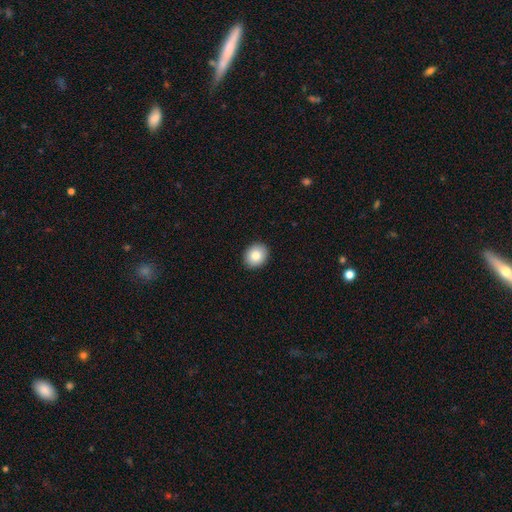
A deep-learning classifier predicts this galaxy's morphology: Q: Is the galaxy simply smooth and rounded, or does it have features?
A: smooth — 82%.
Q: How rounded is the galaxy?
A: round — 59%.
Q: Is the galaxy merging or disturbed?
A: none — 91%.